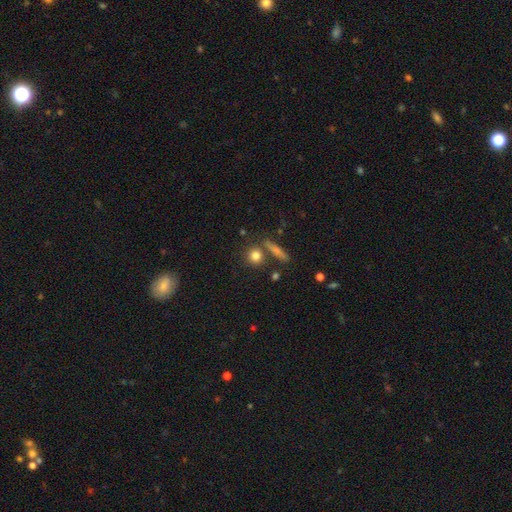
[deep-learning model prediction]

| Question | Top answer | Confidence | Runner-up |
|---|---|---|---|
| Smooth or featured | smooth | 80% | star or artifact (10%) |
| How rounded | round | 80% | in between (13%) |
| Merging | none | 73% | merger (13%) |